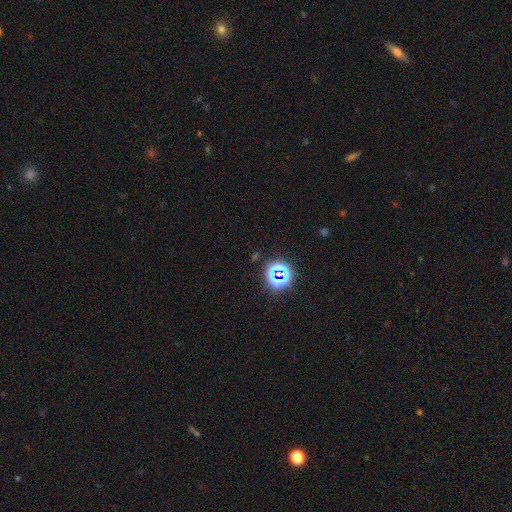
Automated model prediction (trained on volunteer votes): star or artifact 73%, smooth 19%, featured or disk 8%.